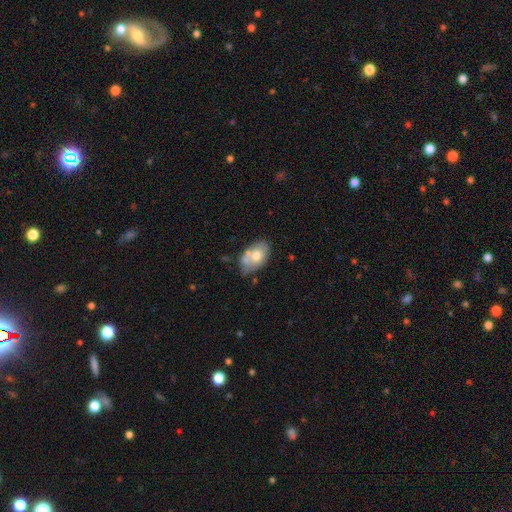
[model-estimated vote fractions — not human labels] Q: Smooth or featured?
A: smooth (63%); runner-up: featured or disk (30%)
Q: How rounded?
A: in between (91%); runner-up: round (7%)
Q: Merging?
A: none (49%); runner-up: minor disturbance (25%)